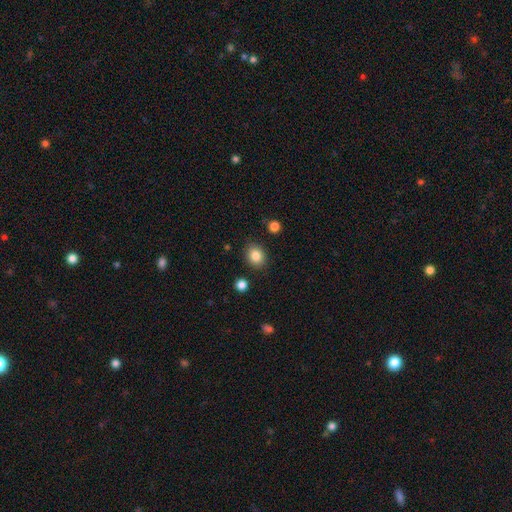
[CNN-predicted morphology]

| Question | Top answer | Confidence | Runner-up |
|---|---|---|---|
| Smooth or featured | smooth | 86% | star or artifact (9%) |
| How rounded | round | 58% | in between (41%) |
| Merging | none | 86% | minor disturbance (9%) |